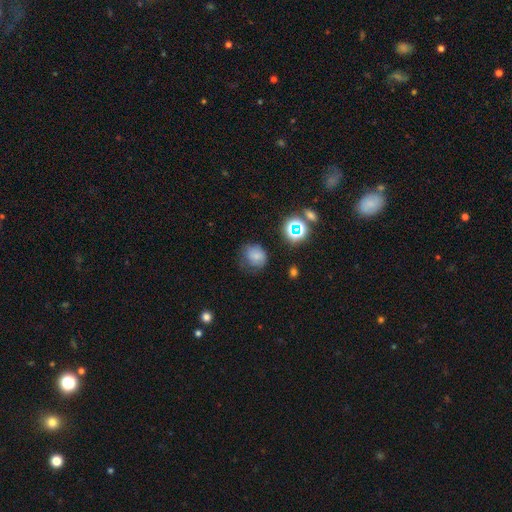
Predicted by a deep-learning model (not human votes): smooth_or_featured: smooth (p=0.70) [alt: star or artifact p=0.17]
how_rounded: round (p=0.67) [alt: in between p=0.32]
merging: none (p=0.54) [alt: minor disturbance p=0.29]